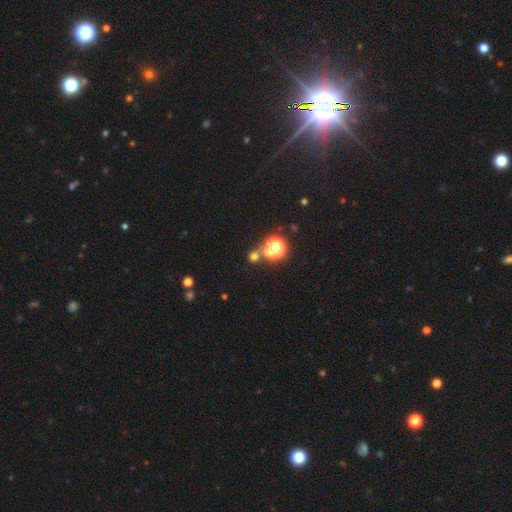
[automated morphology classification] Smooth or featured? star or artifact (56%)